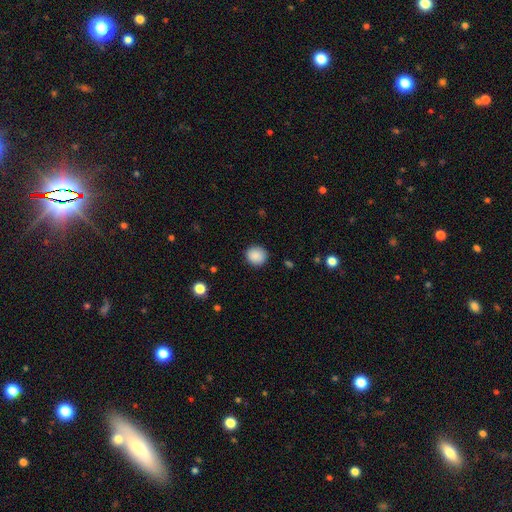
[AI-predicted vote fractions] This is clearly a smooth galaxy (88%). How rounded: clearly round (89%). Merging: clearly none (90%).